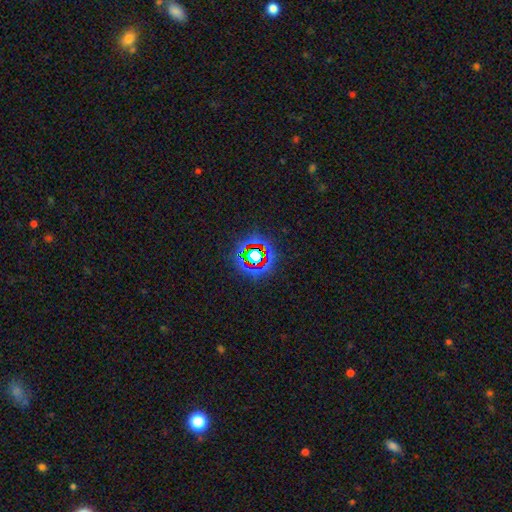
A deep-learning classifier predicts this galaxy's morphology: Smooth or featured? star or artifact (68%)